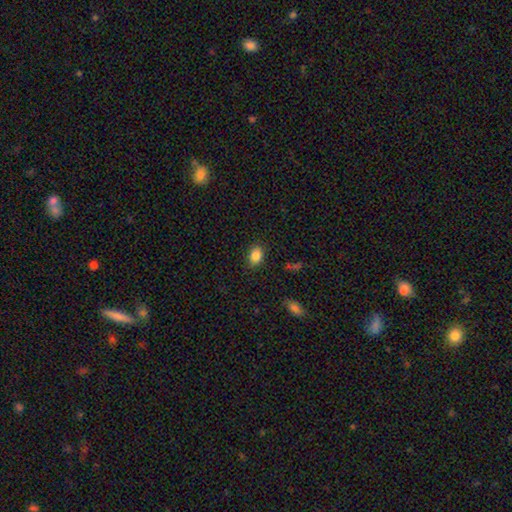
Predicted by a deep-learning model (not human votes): Smooth or featured? smooth (86%)
How rounded? in between (76%)
Merging? none (86%)